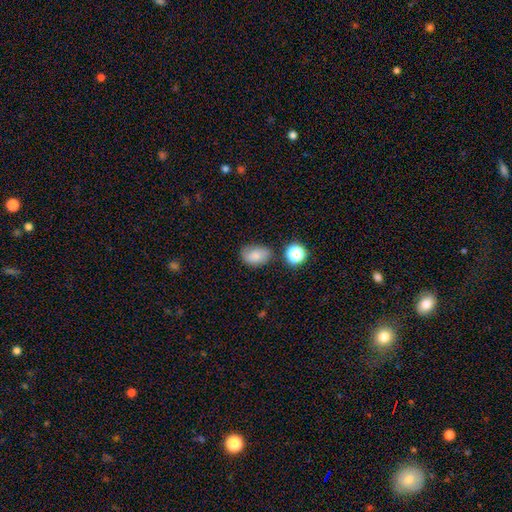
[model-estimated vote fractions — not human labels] The model was most divided on "merging": none: 66%, minor disturbance: 23%, major disturbance: 6%, merger: 6%. More confident: how rounded — in between (79%); smooth or featured — smooth (78%).